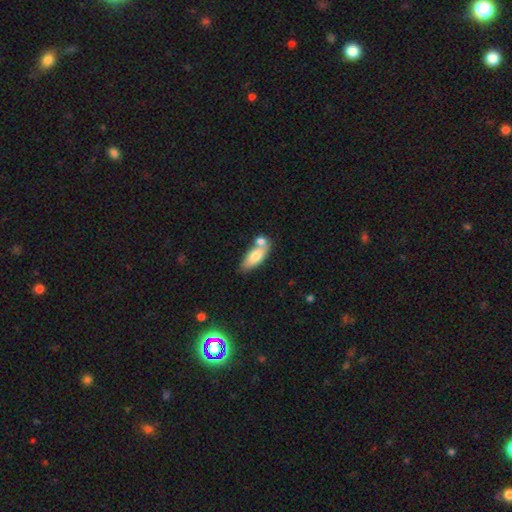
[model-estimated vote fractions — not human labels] Smooth or featured: smooth — 73% (featured or disk — 20%)
How rounded: in between — 75% (cigar-shaped — 21%)
Merging: none — 47% (merger — 33%)